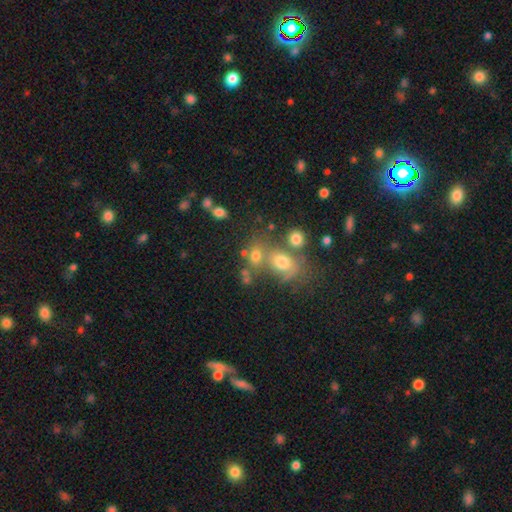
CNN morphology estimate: This appears to be a smooth galaxy with no disk features (69%) that is round (50%). Merging: none (43%).